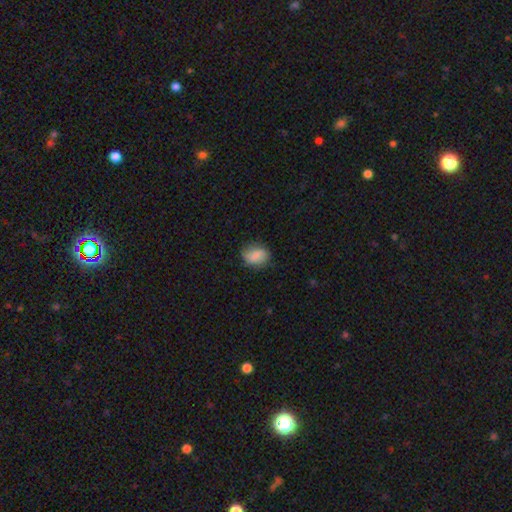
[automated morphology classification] Smooth or featured? smooth (82%)
How rounded? in between (67%)
Merging? none (70%)